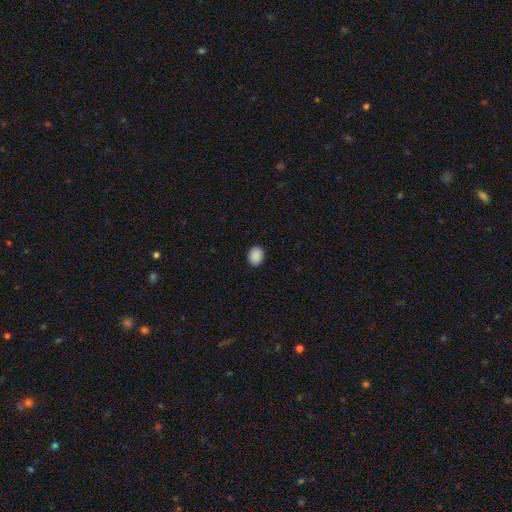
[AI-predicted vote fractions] smooth 90%, star or artifact 8%, featured or disk 2%. Down the decision tree: how rounded — in between (54%); merging — none (90%).